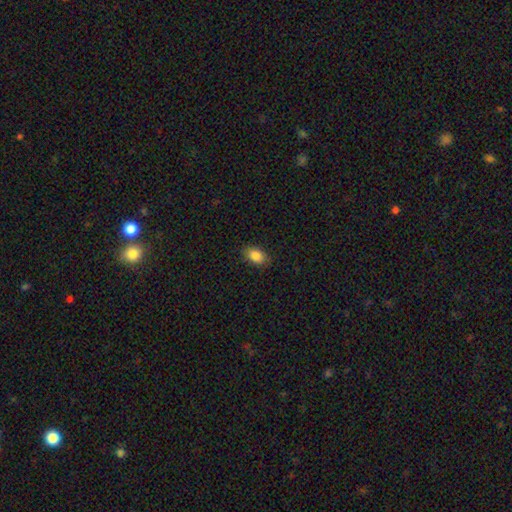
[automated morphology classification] type=smooth (86%); roundness=in between (88%); merging=none (87%).